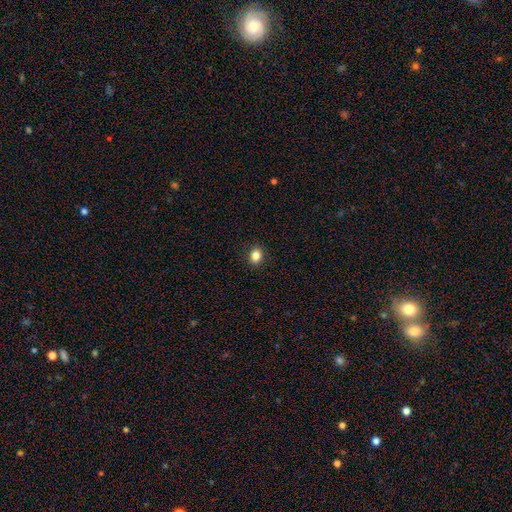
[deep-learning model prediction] Smooth or featured?
  - smooth: 85% *
  - star or artifact: 10%
  - featured or disk: 5%
How rounded?
  - in between: 52% *
  - round: 47%
  - cigar-shaped: 1%
Merging?
  - none: 91% *
  - minor disturbance: 7%
  - major disturbance: 2%
  - merger: 1%